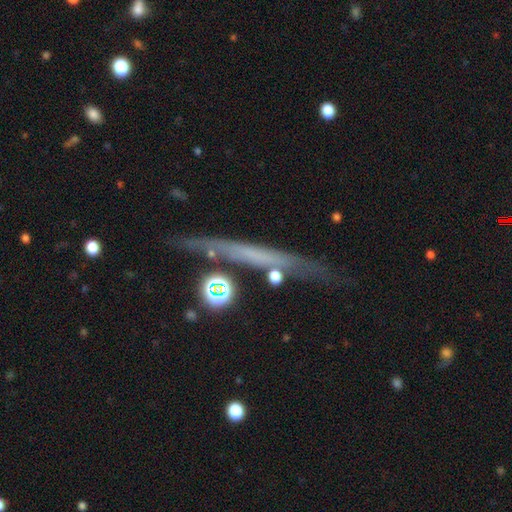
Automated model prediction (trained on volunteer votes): smooth_or_featured: featured or disk (p=0.55) [alt: smooth p=0.33]
disk_edge_on: yes (p=0.90) [alt: no p=0.10]
merging: none (p=0.75) [alt: minor disturbance p=0.15]